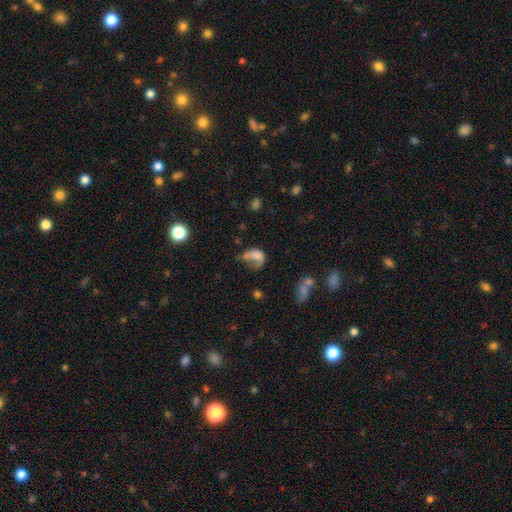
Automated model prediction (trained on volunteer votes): smooth 60%, featured or disk 27%, star or artifact 13%. Down the decision tree: how rounded — in between (72%); merging — major disturbance (45%).